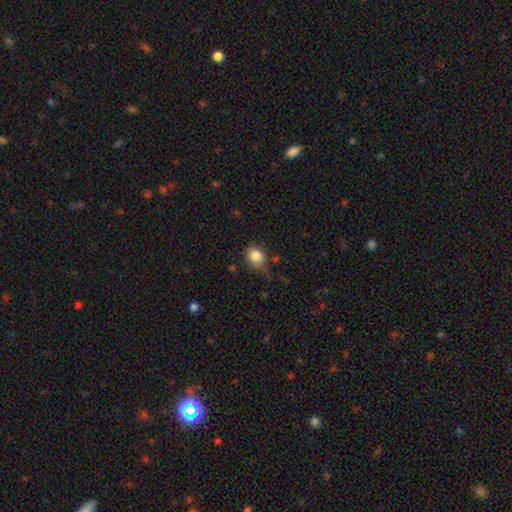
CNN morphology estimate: Smooth or featured?
  - smooth: 84% *
  - star or artifact: 10%
  - featured or disk: 6%
How rounded?
  - round: 70% *
  - in between: 29%
  - cigar-shaped: 1%
Merging?
  - none: 68% *
  - minor disturbance: 22%
  - major disturbance: 6%
  - merger: 4%